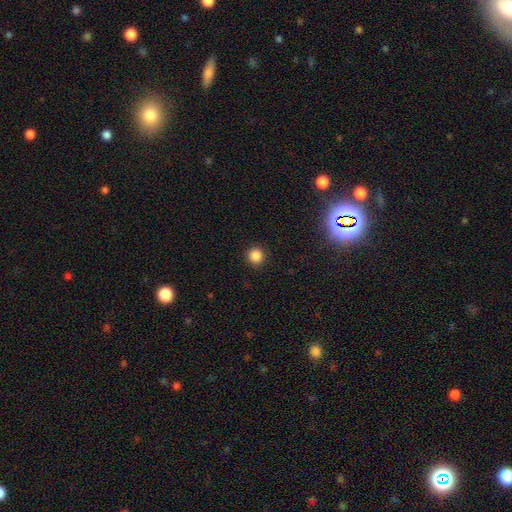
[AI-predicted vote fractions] Overall: smooth (85%). How rounded: round (94%). Merging: none (92%).